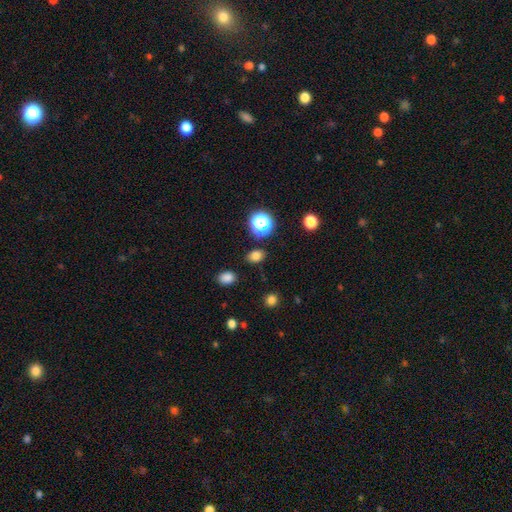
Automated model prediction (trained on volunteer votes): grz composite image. It shows a smooth galaxy with no disk features (77%) that is in between round and cigar-shaped (65%). Merging: none (85%).